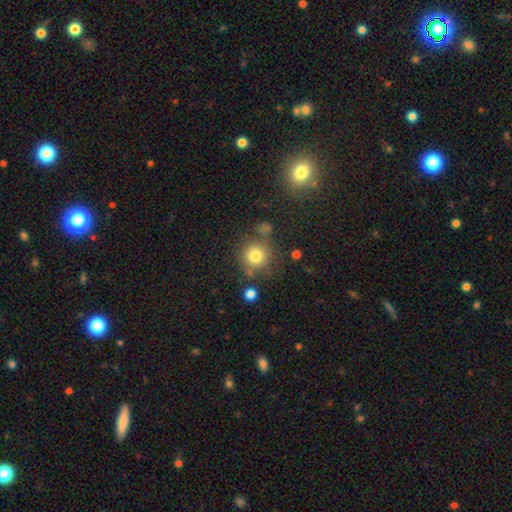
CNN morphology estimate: This is likely a smooth galaxy (80%). How rounded: clearly round (92%). Merging: likely none (72%).